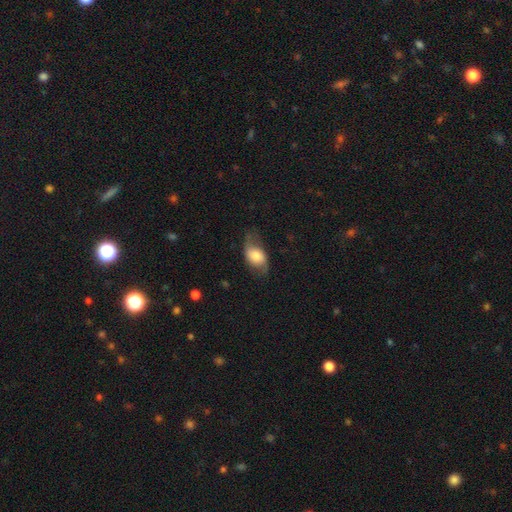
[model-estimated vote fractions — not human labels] Overall: smooth (58%; featured or disk 34%). How rounded: in between (86%). Merging: none (57%; minor disturbance 28%).